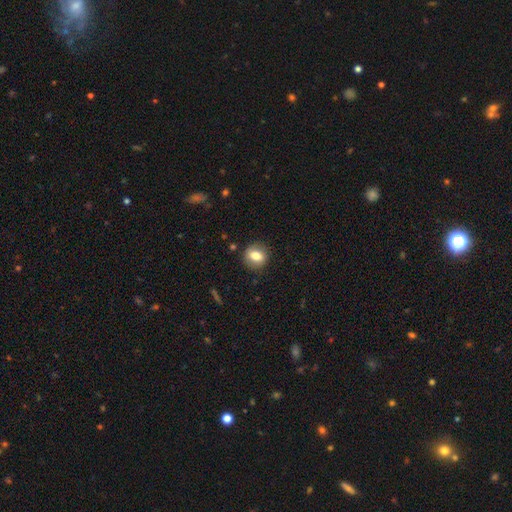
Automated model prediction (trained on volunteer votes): This is likely a smooth galaxy (74%). How rounded: likely round (64%). Merging: clearly none (85%).